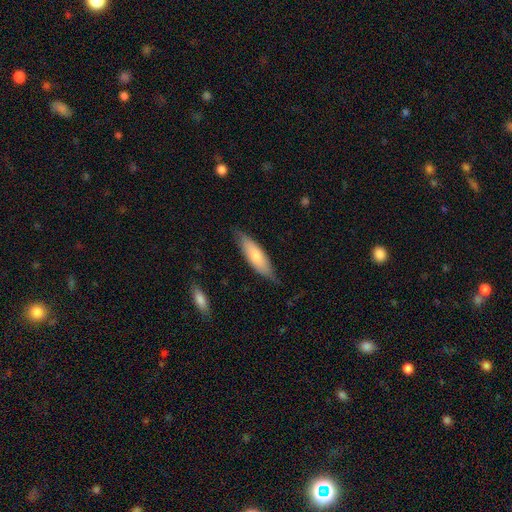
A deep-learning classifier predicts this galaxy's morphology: type=smooth (69%); roundness=in between (51%); merging=none (73%).